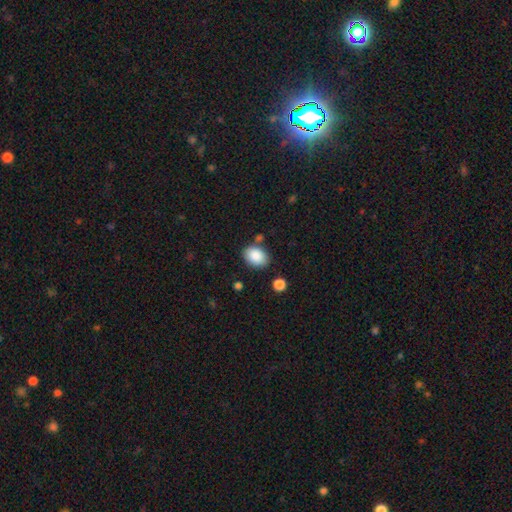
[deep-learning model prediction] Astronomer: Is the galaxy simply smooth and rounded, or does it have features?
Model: smooth — 88%.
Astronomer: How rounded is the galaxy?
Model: in between — 74%.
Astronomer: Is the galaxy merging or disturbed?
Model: none — 78%.